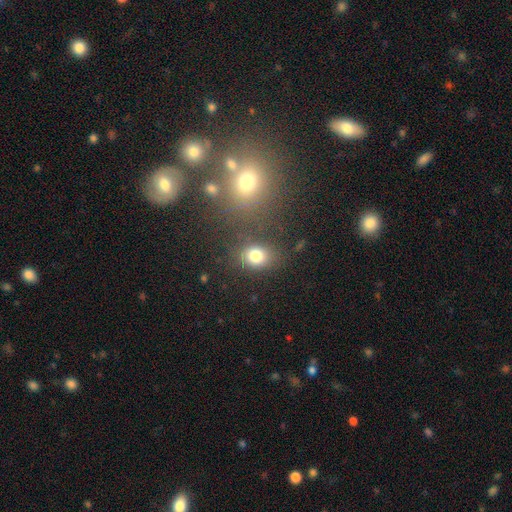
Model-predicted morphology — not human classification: A smooth galaxy with no disk features (79%) that is round (50%). Merging: none (74%).